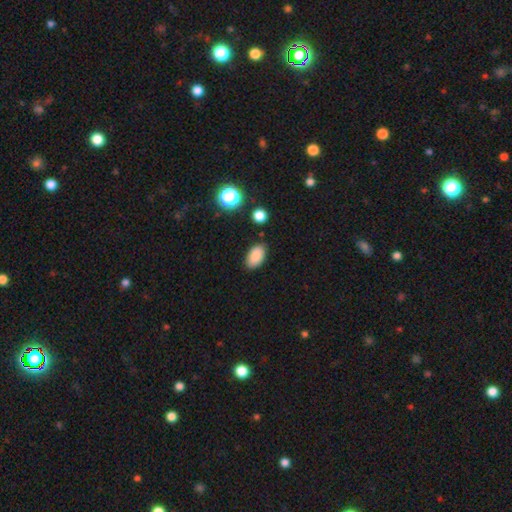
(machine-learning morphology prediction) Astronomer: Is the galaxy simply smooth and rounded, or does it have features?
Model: smooth — 87%.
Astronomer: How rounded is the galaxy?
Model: in between — 93%.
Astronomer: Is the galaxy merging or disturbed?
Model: none — 85%.